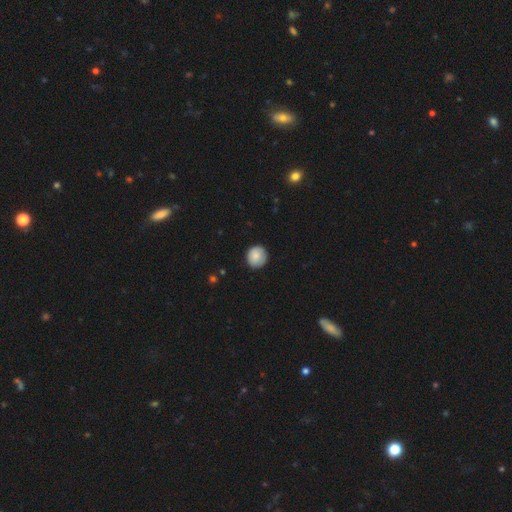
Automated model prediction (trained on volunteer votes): A smooth galaxy with no disk features (85%) that is round (89%).

Vote fractions:
- Smooth or featured? smooth: 85% / featured or disk: 8% / star or artifact: 7%
- How rounded? round: 89% / in between: 10% / cigar-shaped: 1%
- Merging? none: 86% / minor disturbance: 11% / major disturbance: 2% / merger: 1%